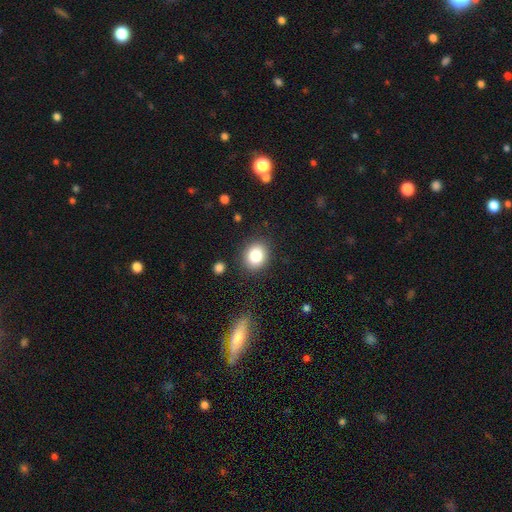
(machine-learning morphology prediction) Smooth or featured? Predicted: smooth (p=0.84). How rounded? Predicted: round (p=0.63). Merging? Predicted: none (p=0.87).